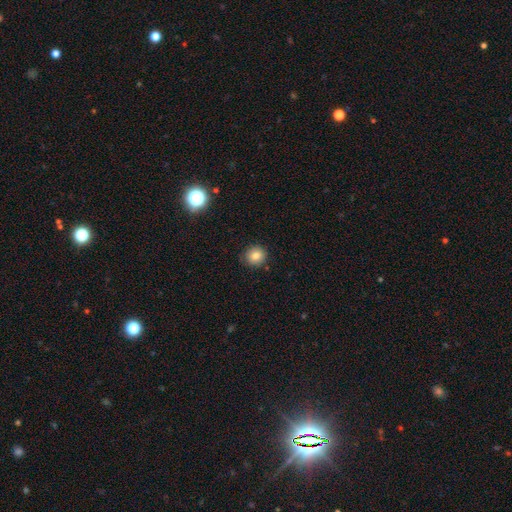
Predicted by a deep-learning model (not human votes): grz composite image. It shows a smooth galaxy with no disk features (80%) that is round (88%). Merging: none (87%).